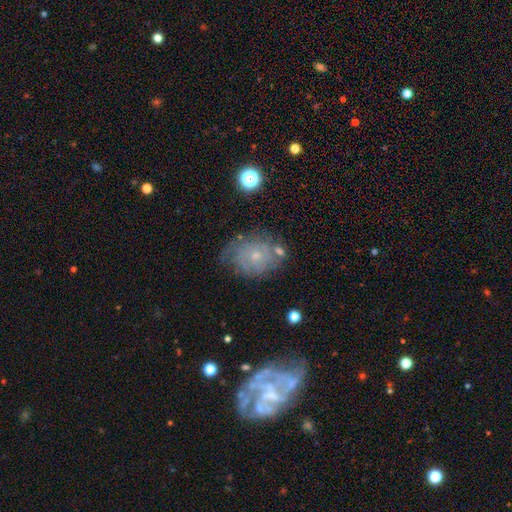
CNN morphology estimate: The model was most divided on "spiral arm count": can't tell: 55%, 2: 17%, 3: 11%, 4: 7%, 1: 5%, more than 4: 5%. More confident: edge-on disk — no (97%); spiral arms — yes (83%); bar — no (82%); bulge size — small (70%); spiral winding — tight (67%); smooth or featured — featured or disk (65%); merging — none (61%).